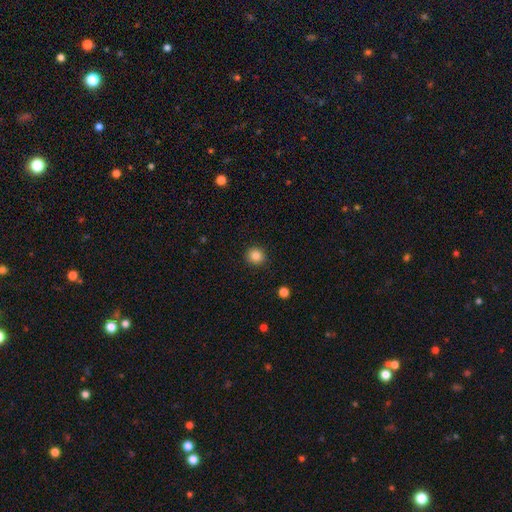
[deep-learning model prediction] smooth 85%, star or artifact 11%, featured or disk 5%. Down the decision tree: how rounded — round (92%); merging — none (91%).